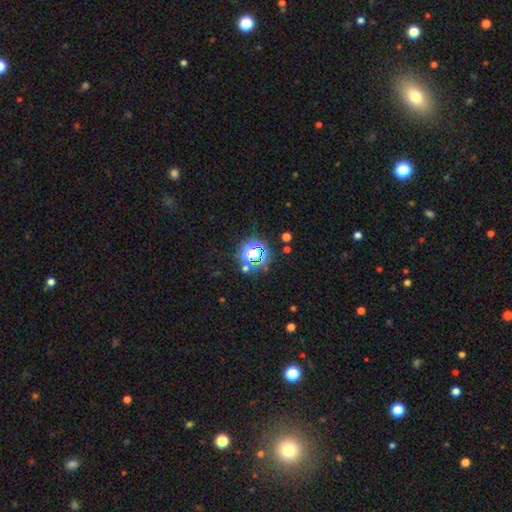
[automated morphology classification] The model was most divided on "smooth or featured": star or artifact: 55%, smooth: 35%, featured or disk: 10%.